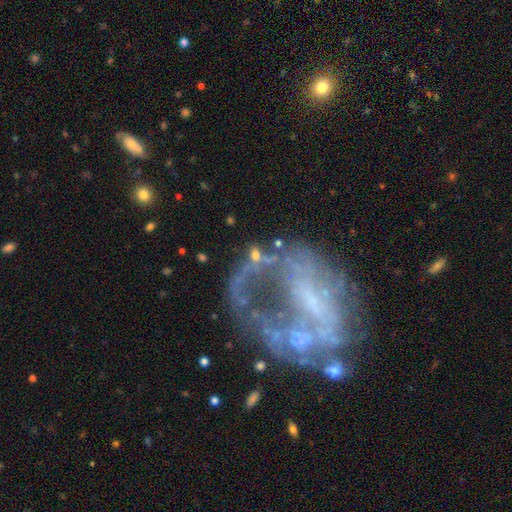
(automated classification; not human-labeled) A featured or disk galaxy (42%). Merging: none (42%).